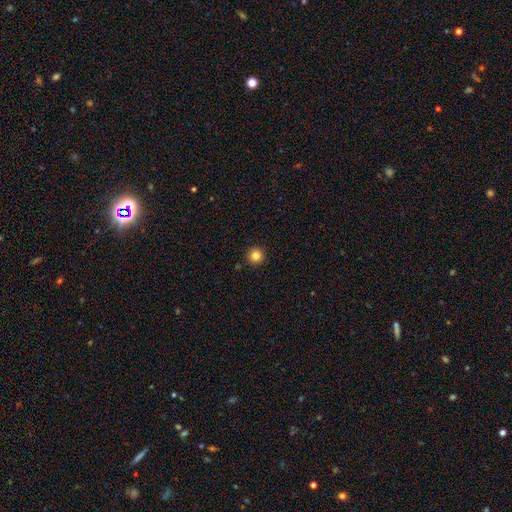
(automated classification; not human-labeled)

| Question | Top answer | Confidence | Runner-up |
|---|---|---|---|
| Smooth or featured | smooth | 84% | star or artifact (11%) |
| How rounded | round | 96% | in between (3%) |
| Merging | none | 93% | minor disturbance (4%) |